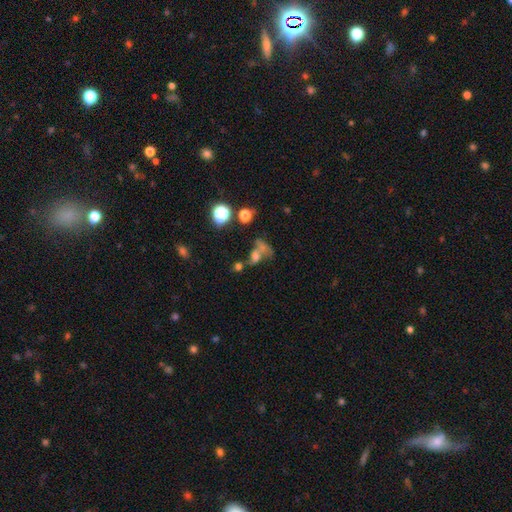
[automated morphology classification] Q: Smooth or featured?
A: smooth (56%); runner-up: star or artifact (24%)
Q: How rounded?
A: in between (59%); runner-up: round (35%)
Q: Merging?
A: merger (46%); runner-up: none (26%)